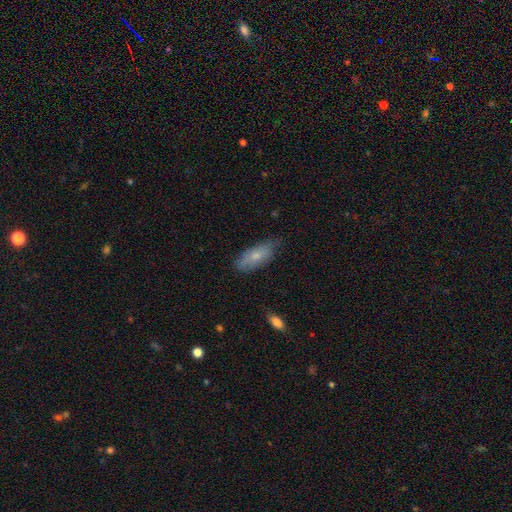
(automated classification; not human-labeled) Smooth or featured? smooth (69%)
How rounded? in between (72%)
Merging? none (68%)